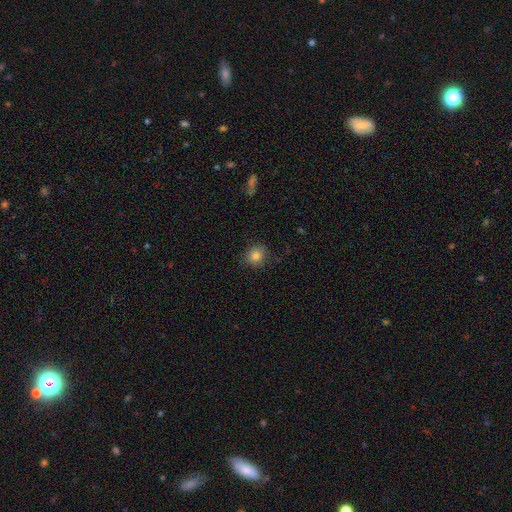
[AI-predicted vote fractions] Smooth or featured?
  - smooth: 82% *
  - star or artifact: 11%
  - featured or disk: 7%
How rounded?
  - round: 75% *
  - in between: 24%
  - cigar-shaped: 1%
Merging?
  - none: 82% *
  - minor disturbance: 14%
  - major disturbance: 4%
  - merger: 1%